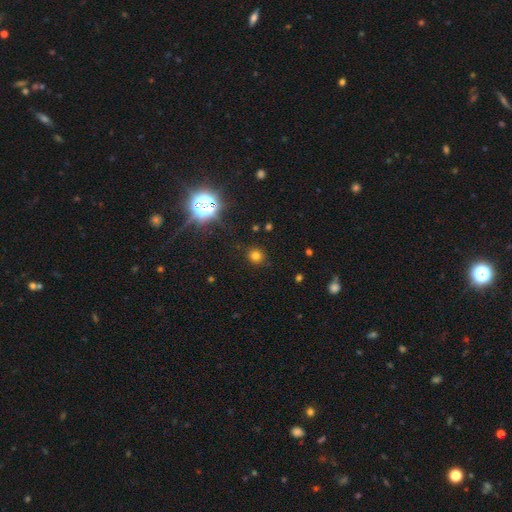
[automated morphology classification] A smooth galaxy with no disk features (71%) that is round (89%).

Vote fractions:
- Smooth or featured? smooth: 71% / star or artifact: 23% / featured or disk: 6%
- How rounded? round: 89% / in between: 10% / cigar-shaped: 1%
- Merging? none: 88% / minor disturbance: 8% / major disturbance: 3% / merger: 1%